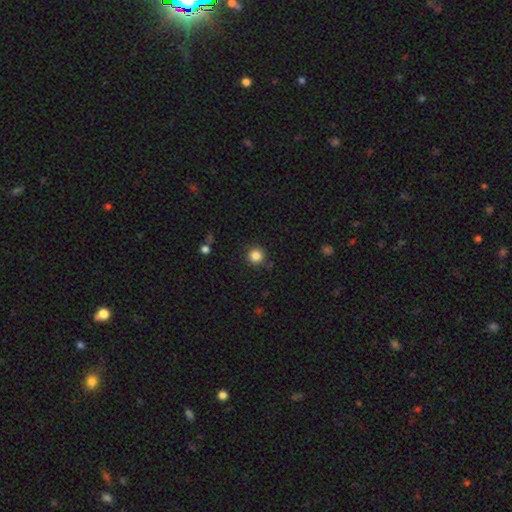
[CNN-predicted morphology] A smooth galaxy with no disk features (85%) that is round (95%). Merging: none (90%).